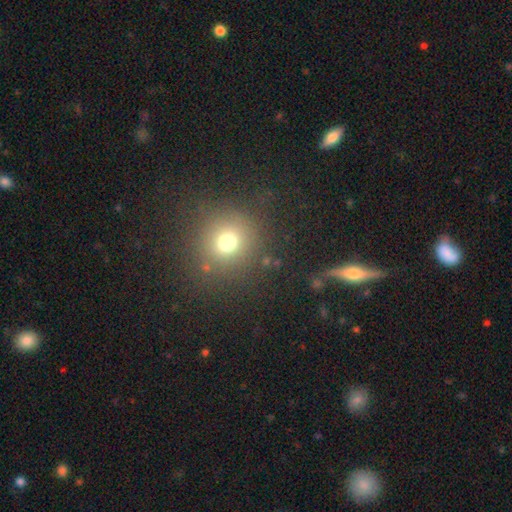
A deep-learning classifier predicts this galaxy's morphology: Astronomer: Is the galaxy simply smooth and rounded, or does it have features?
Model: smooth — 56%.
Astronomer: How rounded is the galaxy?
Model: round — 90%.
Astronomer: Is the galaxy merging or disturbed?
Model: none — 86%.